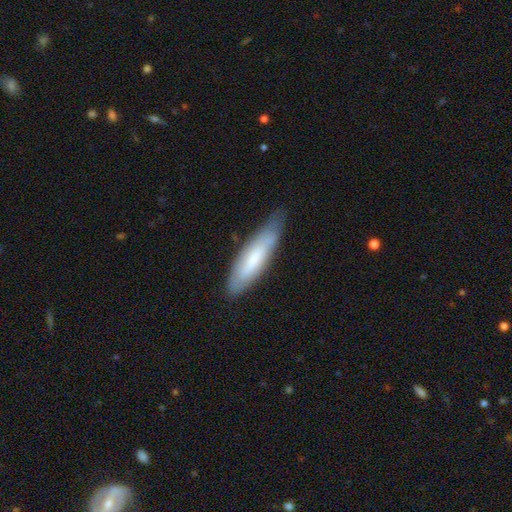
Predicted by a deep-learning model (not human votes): smooth_or_featured: smooth (p=0.63) [alt: featured or disk p=0.30]
how_rounded: cigar-shaped (p=0.67) [alt: in between p=0.32]
merging: none (p=0.74) [alt: minor disturbance p=0.21]